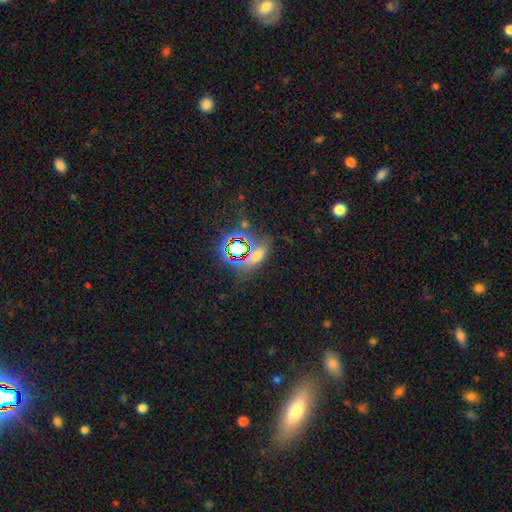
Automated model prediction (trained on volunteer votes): Smooth or featured: star or artifact — 44% (smooth — 42%)